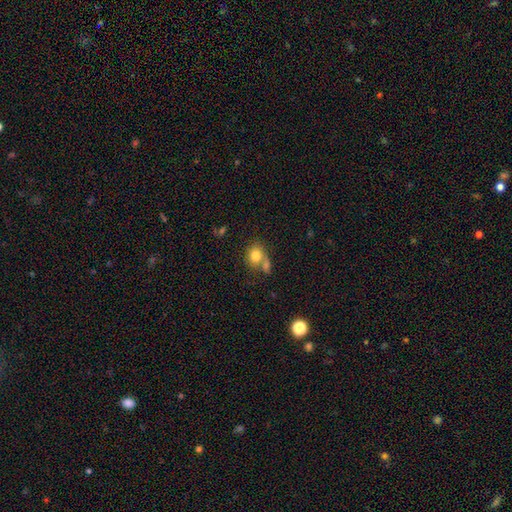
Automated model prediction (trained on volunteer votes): Morphology: type=smooth (78%); roundness=round (60%); merging=none (45%).